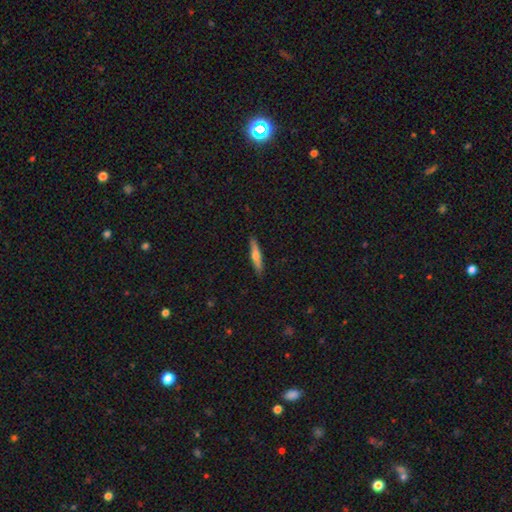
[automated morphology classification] Overall: smooth (50%; featured or disk 44%). Merging: none (90%).